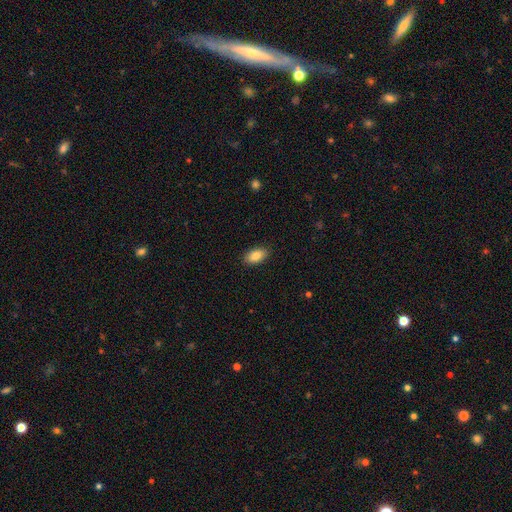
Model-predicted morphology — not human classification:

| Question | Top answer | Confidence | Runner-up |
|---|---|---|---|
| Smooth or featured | smooth | 86% | featured or disk (8%) |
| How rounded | in between | 93% | round (4%) |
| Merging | none | 89% | minor disturbance (8%) |